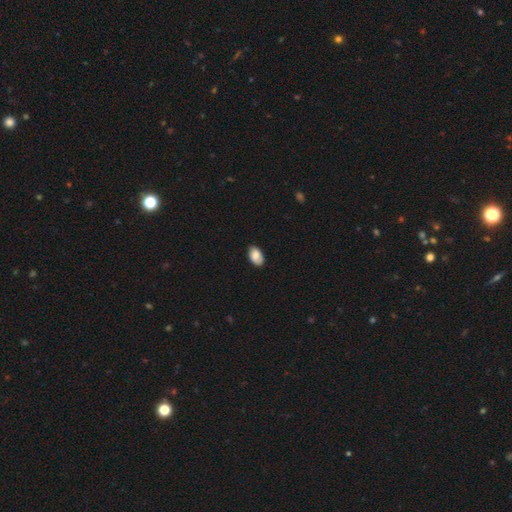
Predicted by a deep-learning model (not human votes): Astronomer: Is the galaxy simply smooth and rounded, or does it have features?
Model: smooth — 84%.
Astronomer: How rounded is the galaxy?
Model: in between — 93%.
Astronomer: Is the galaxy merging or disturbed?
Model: none — 83%.